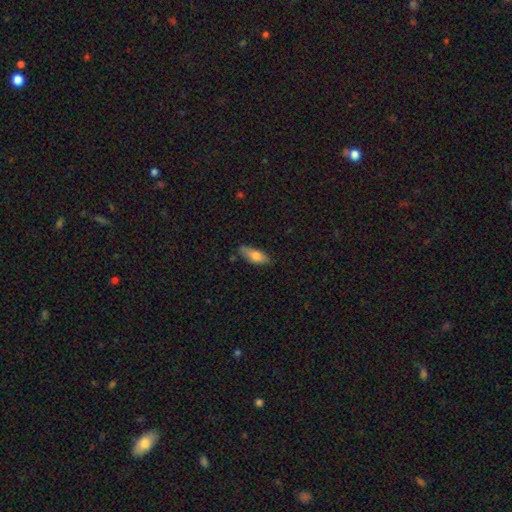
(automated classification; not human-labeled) Overall: smooth (70%). How rounded: in between (70%). Merging: none (74%).